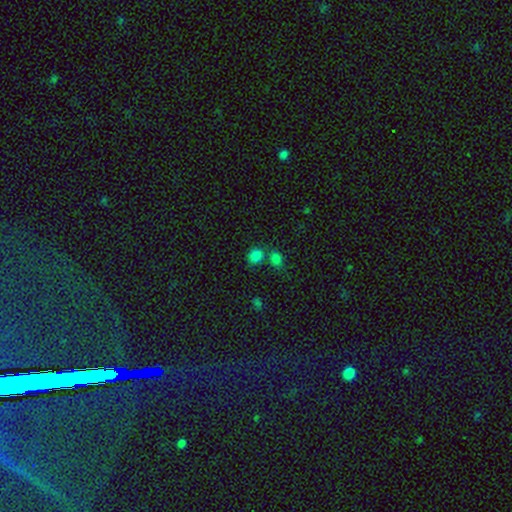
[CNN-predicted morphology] smooth 80%, star or artifact 15%, featured or disk 4%. Down the decision tree: how rounded — round (64%); merging — none (58%).